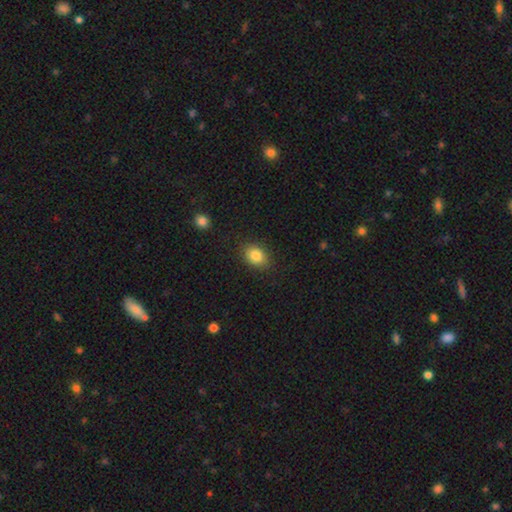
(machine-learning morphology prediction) type=smooth (84%); roundness=in between (67%); merging=none (85%).